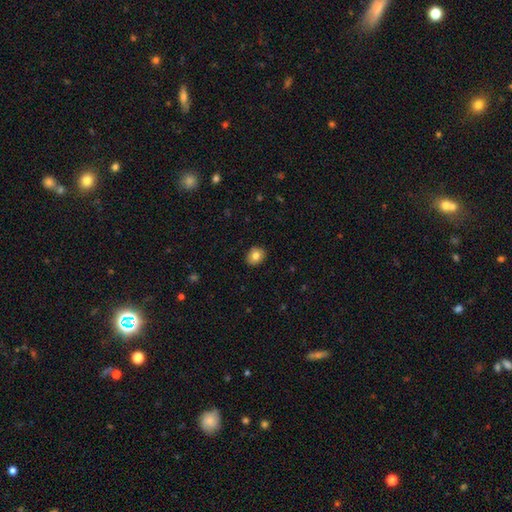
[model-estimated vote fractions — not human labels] This is likely a smooth galaxy (80%). How rounded: possibly round (51%). Merging: clearly none (88%).